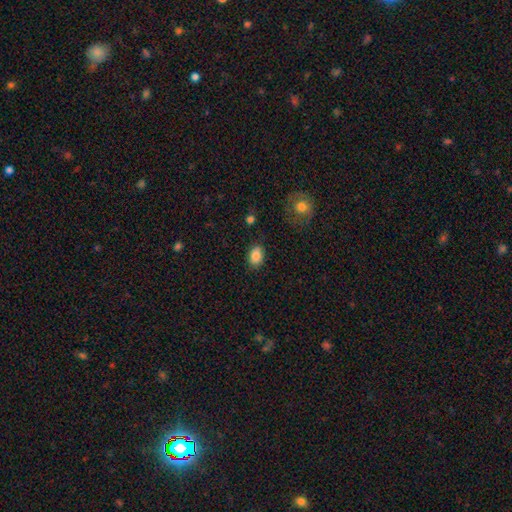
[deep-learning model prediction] This is clearly a smooth galaxy (86%). How rounded: likely in between (76%). Merging: clearly none (84%).